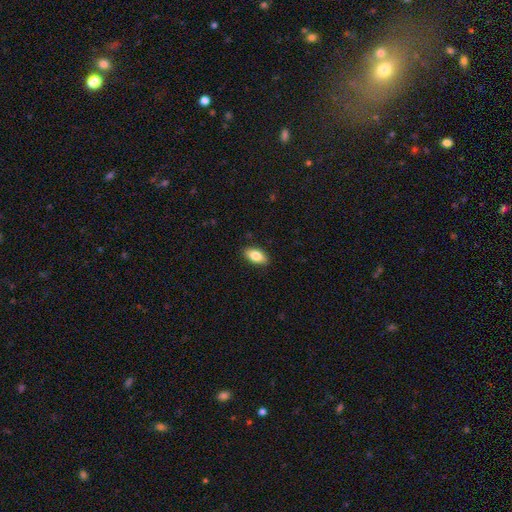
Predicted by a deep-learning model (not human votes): smooth 81%, featured or disk 12%, star or artifact 7%. Down the decision tree: how rounded — in between (90%); merging — none (88%).